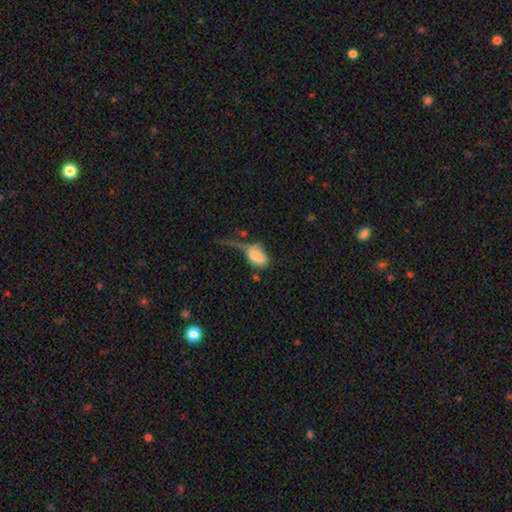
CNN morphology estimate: This appears to be a smooth galaxy with no disk features (70%) that is in between round and cigar-shaped (83%). Merging: major disturbance (51%).